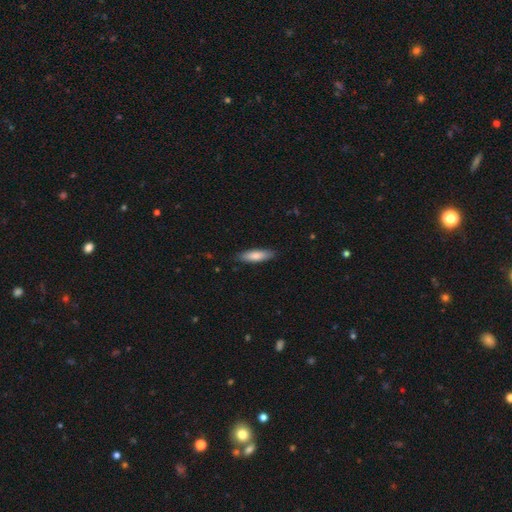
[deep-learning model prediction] Q: Smooth or featured?
A: smooth (81%); runner-up: featured or disk (14%)
Q: How rounded?
A: cigar-shaped (59%); runner-up: in between (39%)
Q: Merging?
A: none (87%); runner-up: minor disturbance (10%)